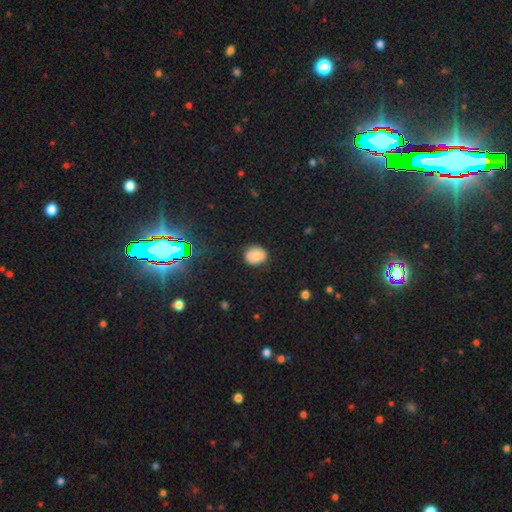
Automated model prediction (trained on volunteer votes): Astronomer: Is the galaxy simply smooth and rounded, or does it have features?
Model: smooth — 82%.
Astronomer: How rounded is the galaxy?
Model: round — 58% (runner-up: in between, 42%).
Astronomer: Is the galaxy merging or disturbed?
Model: none — 83%.